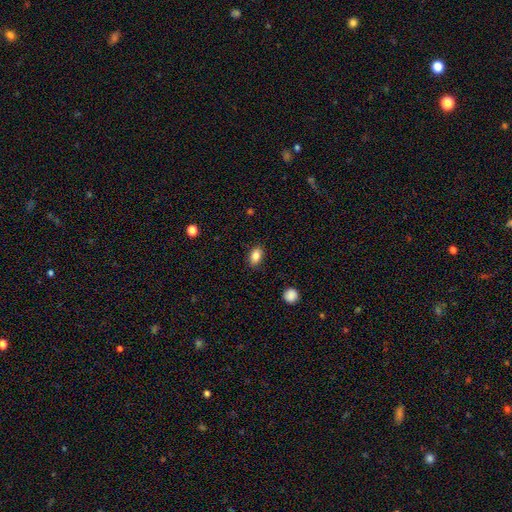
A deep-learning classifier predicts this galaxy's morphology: Smooth or featured? smooth (85%)
How rounded? in between (85%)
Merging? none (87%)